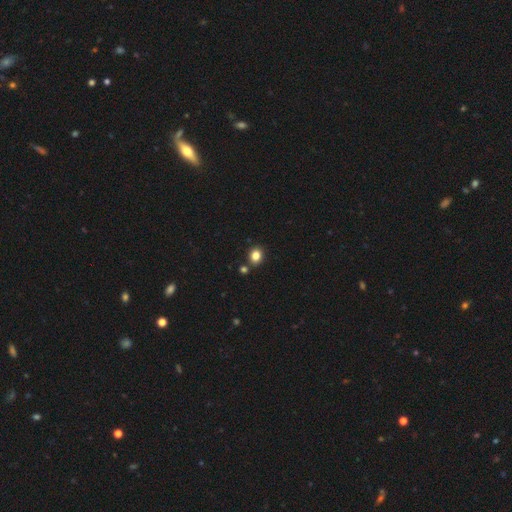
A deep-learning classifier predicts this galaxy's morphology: Overall: smooth (83%). How rounded: round (63%; in between 36%). Merging: none (82%).